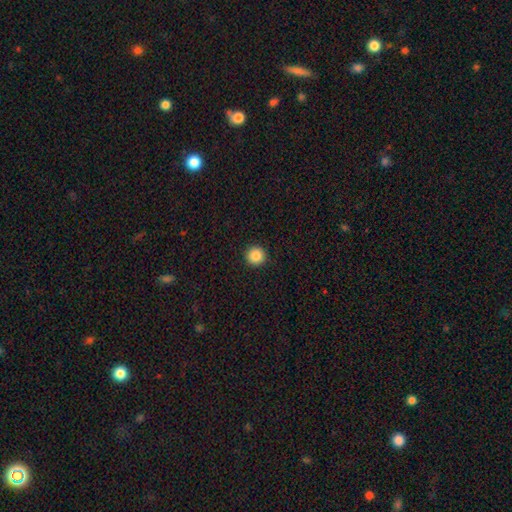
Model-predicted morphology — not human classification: Q: Smooth or featured?
A: smooth (86%); runner-up: star or artifact (10%)
Q: How rounded?
A: round (95%); runner-up: in between (4%)
Q: Merging?
A: none (94%); runner-up: minor disturbance (4%)